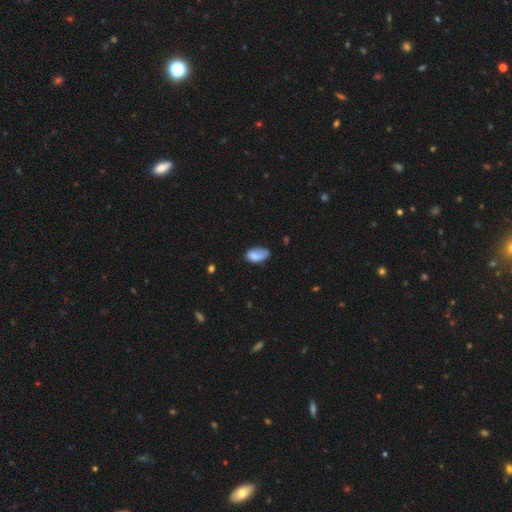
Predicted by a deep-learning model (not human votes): smooth-or-featured: smooth: 77% | featured or disk: 16% | star or artifact: 8%
  how-rounded: in between: 93% | round: 5% | cigar-shaped: 2%
  merging: none: 49% | minor disturbance: 34% | major disturbance: 13% | merger: 3%